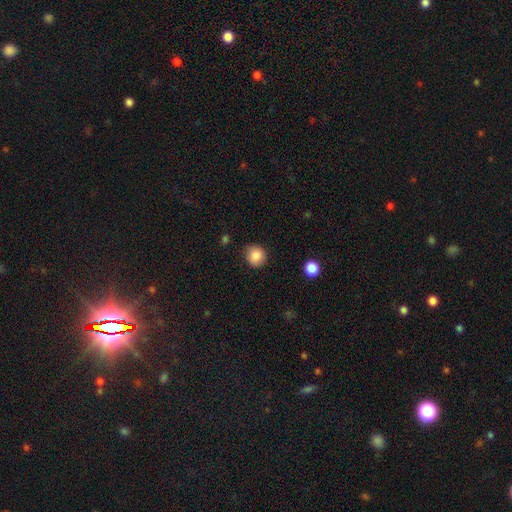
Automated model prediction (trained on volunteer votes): This appears to be a smooth galaxy with no disk features (87%) that is round (88%). Merging: none (84%).